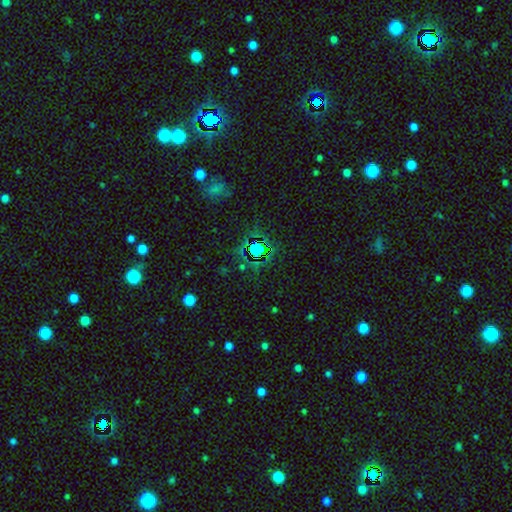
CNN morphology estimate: A star or artifact, not a galaxy (70%).

Vote fractions:
- Smooth or featured? star or artifact: 70% / smooth: 20% / featured or disk: 10%